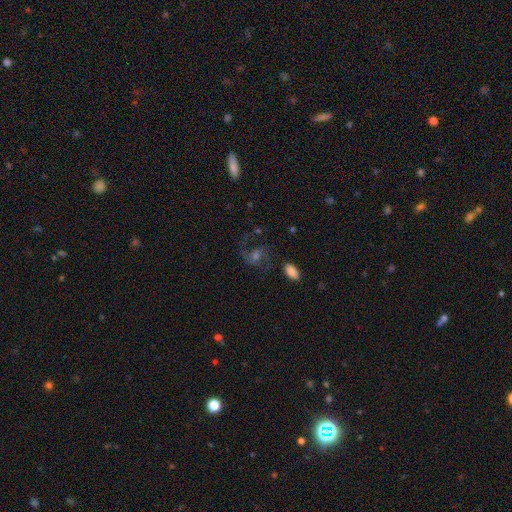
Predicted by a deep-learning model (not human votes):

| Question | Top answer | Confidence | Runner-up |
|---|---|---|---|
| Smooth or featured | featured or disk | 76% | star or artifact (13%) |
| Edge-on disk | no | 97% | yes (3%) |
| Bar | weak | 45% | no (40%) |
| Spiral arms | yes | 95% | no (5%) |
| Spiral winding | medium | 48% | loose (43%) |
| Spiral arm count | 2 | 89% | 1 (5%) |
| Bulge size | moderate | 44% | small (33%) |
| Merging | none | 69% | major disturbance (14%) |